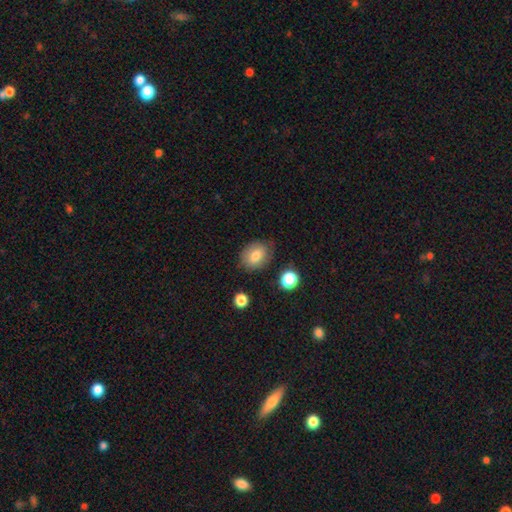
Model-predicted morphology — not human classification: Smooth or featured?
  - smooth: 79% *
  - featured or disk: 12%
  - star or artifact: 10%
How rounded?
  - in between: 58% *
  - round: 41%
  - cigar-shaped: 1%
Merging?
  - none: 77% *
  - minor disturbance: 16%
  - major disturbance: 4%
  - merger: 3%